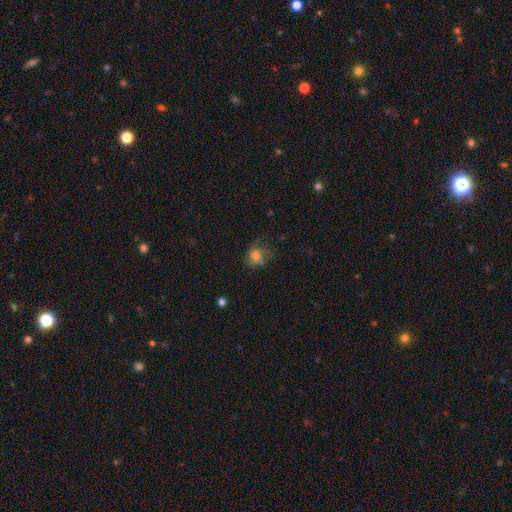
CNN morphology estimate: smooth_or_featured: smooth (p=0.63) [alt: featured or disk p=0.23]
how_rounded: round (p=0.60) [alt: in between p=0.39]
merging: none (p=0.45) [alt: major disturbance p=0.26]